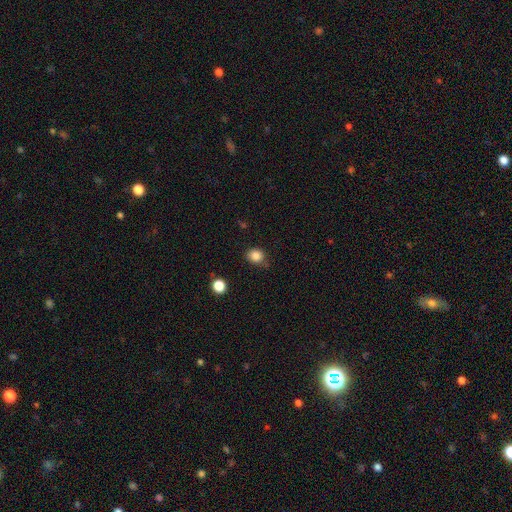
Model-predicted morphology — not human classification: Smooth or featured?
  - smooth: 85% *
  - star or artifact: 11%
  - featured or disk: 4%
How rounded?
  - round: 72% *
  - in between: 27%
  - cigar-shaped: 1%
Merging?
  - none: 77% *
  - minor disturbance: 17%
  - major disturbance: 4%
  - merger: 3%